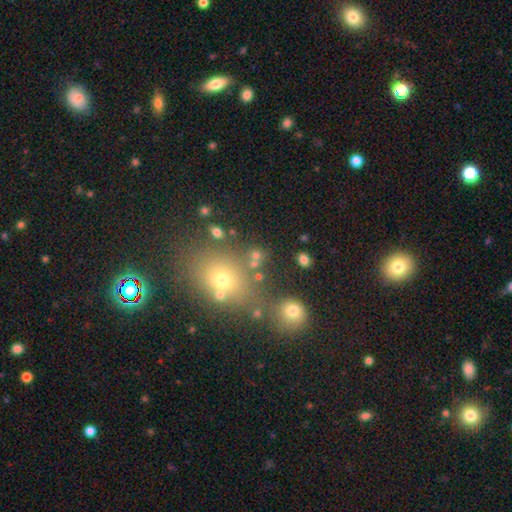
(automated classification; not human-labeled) smooth 62%, star or artifact 25%, featured or disk 13%. Down the decision tree: how rounded — round (58%); merging — none (64%).